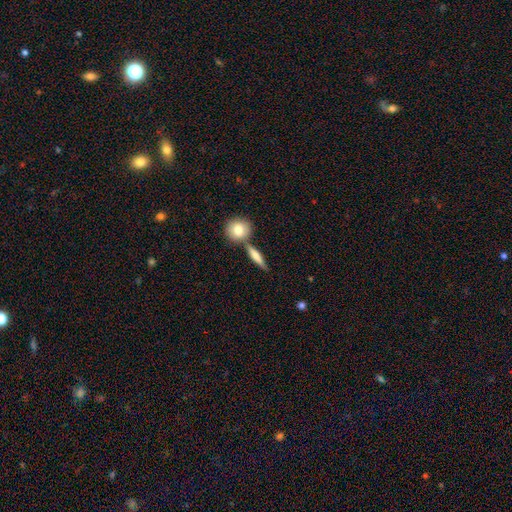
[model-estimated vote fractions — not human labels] This appears to be a smooth galaxy with no disk features (63%) that is cigar-shaped (58%). Merging: none (68%).